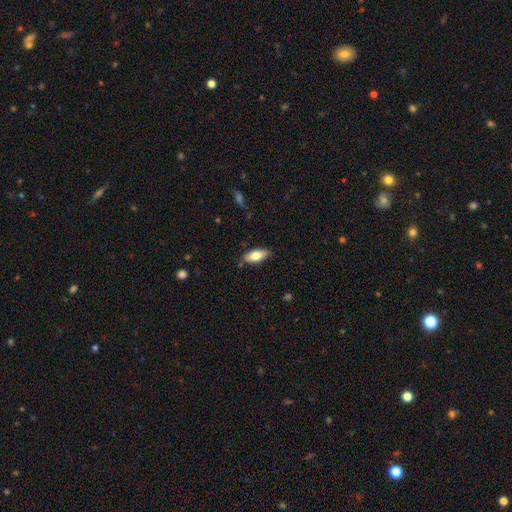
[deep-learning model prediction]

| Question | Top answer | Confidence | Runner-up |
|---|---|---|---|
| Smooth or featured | smooth | 75% | featured or disk (19%) |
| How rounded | in between | 82% | cigar-shaped (16%) |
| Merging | none | 84% | minor disturbance (12%) |